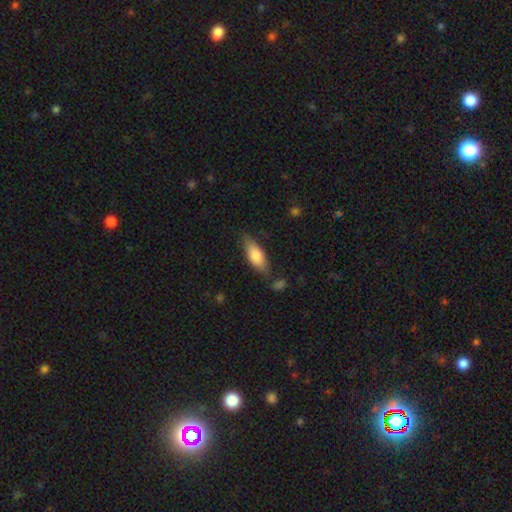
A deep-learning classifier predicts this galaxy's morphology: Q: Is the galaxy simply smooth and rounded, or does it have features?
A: smooth — 77%.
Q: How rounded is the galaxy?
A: in between — 73%.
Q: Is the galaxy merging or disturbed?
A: none — 72%.